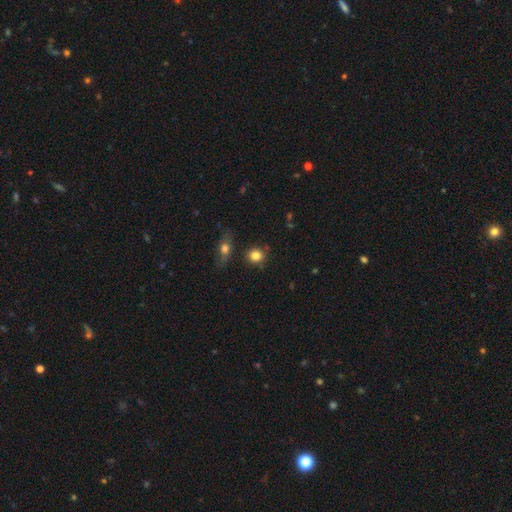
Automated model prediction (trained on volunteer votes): The model was most divided on "how rounded": round: 81%, in between: 17%, cigar-shaped: 1%. More confident: smooth or featured — smooth (83%); merging — none (81%).